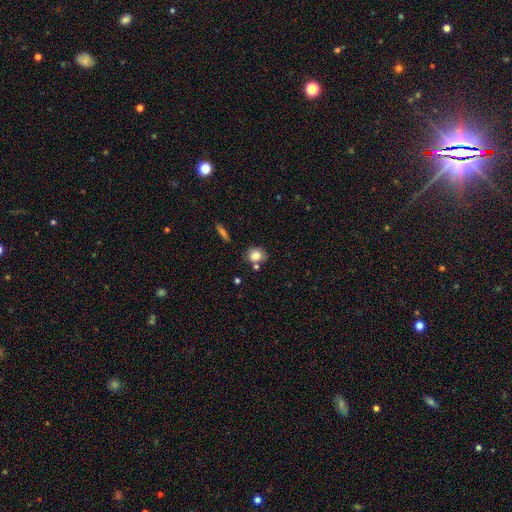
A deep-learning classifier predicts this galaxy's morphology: Smooth or featured: smooth — 82% (star or artifact — 10%)
How rounded: round — 54% (in between — 44%)
Merging: none — 67% (minor disturbance — 15%)